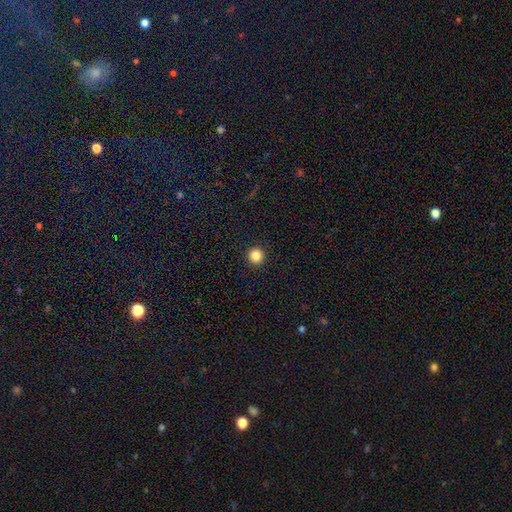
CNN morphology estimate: Smooth or featured?
  - smooth: 85% *
  - star or artifact: 11%
  - featured or disk: 4%
How rounded?
  - round: 95% *
  - in between: 4%
  - cigar-shaped: 1%
Merging?
  - none: 93% *
  - minor disturbance: 4%
  - major disturbance: 2%
  - merger: 1%